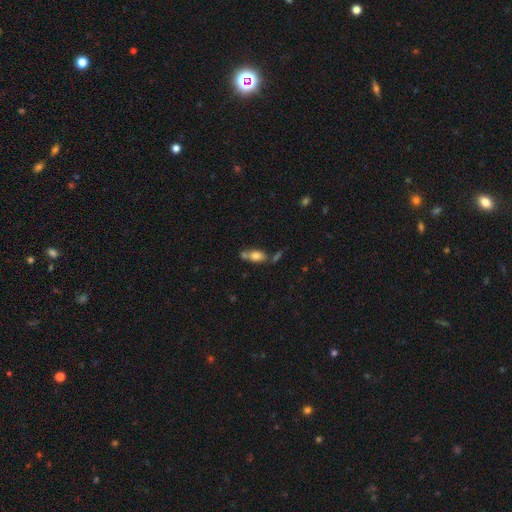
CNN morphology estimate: A smooth galaxy with no disk features (74%) that is in between round and cigar-shaped (84%).

Vote fractions:
- Smooth or featured? smooth: 74% / featured or disk: 17% / star or artifact: 9%
- How rounded? in between: 84% / cigar-shaped: 9% / round: 7%
- Merging? none: 49% / merger: 30% / minor disturbance: 15% / major disturbance: 6%